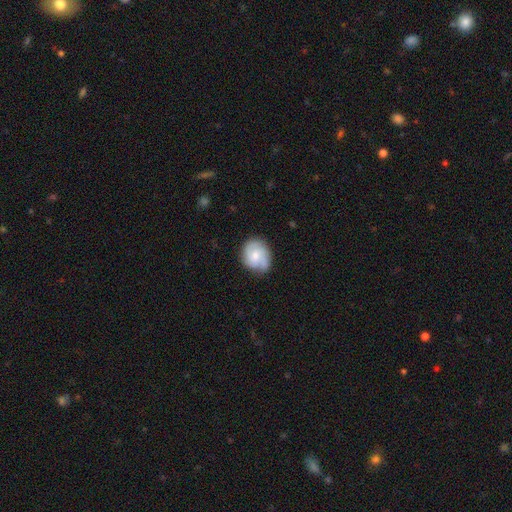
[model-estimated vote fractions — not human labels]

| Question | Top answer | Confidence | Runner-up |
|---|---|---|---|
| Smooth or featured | featured or disk | 64% | smooth (30%) |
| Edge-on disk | no | 98% | yes (2%) |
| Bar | no | 63% | weak (33%) |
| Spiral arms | yes | 93% | no (7%) |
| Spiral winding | medium | 43% | tied: tight (43%) |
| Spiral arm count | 3 | 45% | 2 (25%) |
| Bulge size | moderate | 48% | small (41%) |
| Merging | none | 71% | minor disturbance (22%) |